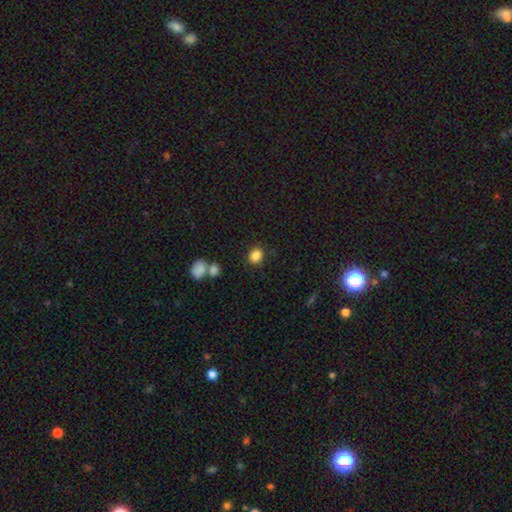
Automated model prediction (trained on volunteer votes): smooth-or-featured: smooth: 86% | star or artifact: 10% | featured or disk: 4%
  how-rounded: in between: 57% | round: 42% | cigar-shaped: 1%
  merging: none: 81% | minor disturbance: 10% | merger: 5% | major disturbance: 3%